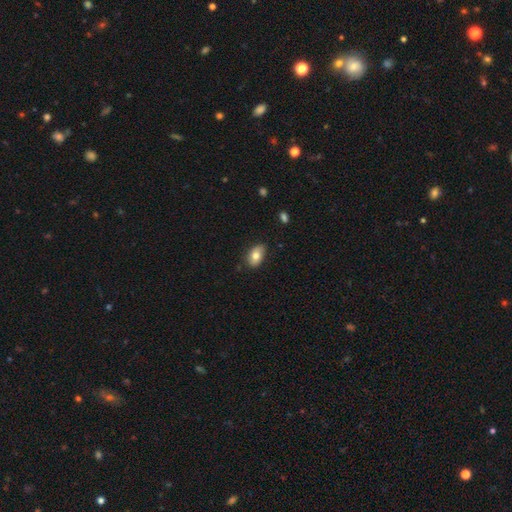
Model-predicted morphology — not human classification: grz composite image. It shows a smooth galaxy with no disk features (76%) that is in between round and cigar-shaped (88%). Merging: none (80%).